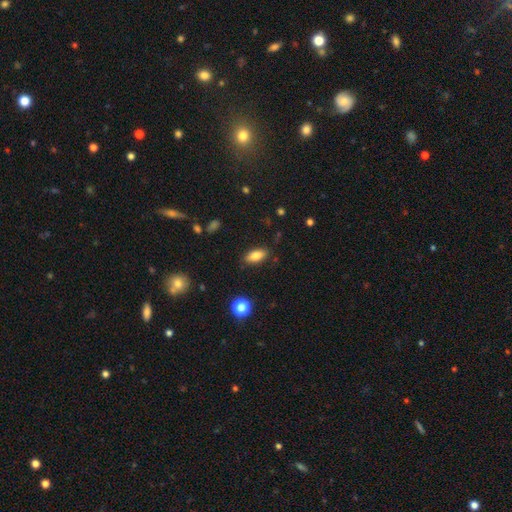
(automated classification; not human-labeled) Smooth or featured? smooth (81%)
How rounded? in between (86%)
Merging? none (85%)